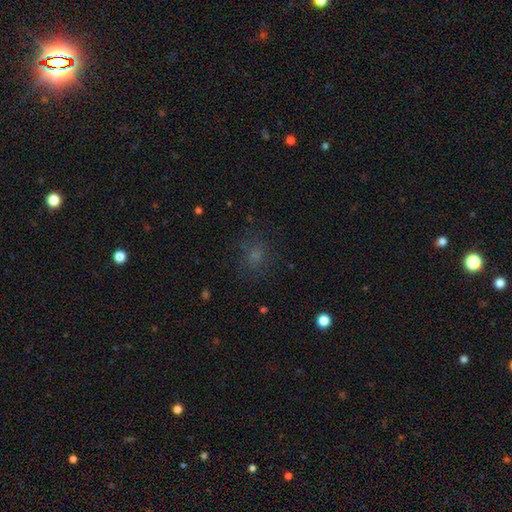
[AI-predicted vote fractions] Smooth or featured?
  - smooth: 64% *
  - star or artifact: 26%
  - featured or disk: 11%
How rounded?
  - round: 73% *
  - in between: 26%
  - cigar-shaped: 1%
Merging?
  - none: 78% *
  - minor disturbance: 13%
  - major disturbance: 8%
  - merger: 2%